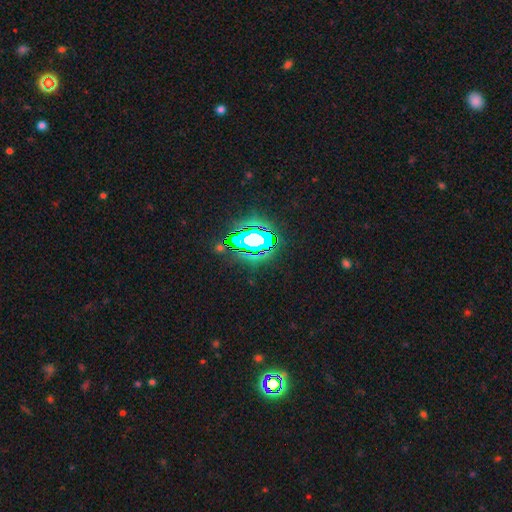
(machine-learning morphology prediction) This appears to be a star or artifact, not a galaxy (74%).